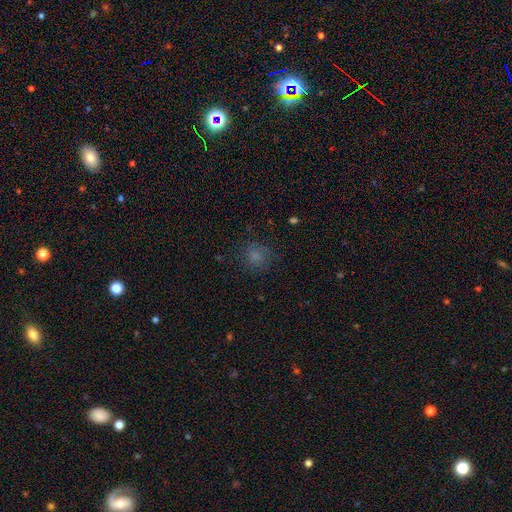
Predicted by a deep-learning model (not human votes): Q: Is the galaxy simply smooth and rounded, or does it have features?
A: smooth — 77%.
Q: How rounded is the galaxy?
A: round — 84%.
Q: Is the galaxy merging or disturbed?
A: none — 78%.